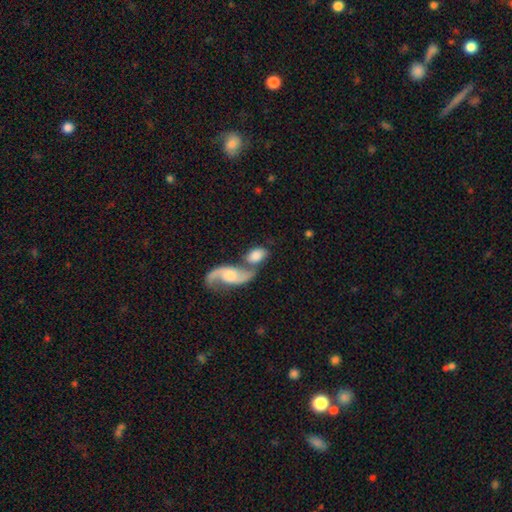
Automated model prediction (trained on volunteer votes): Overall: smooth (54%; featured or disk 40%). How rounded: in between (85%). Merging: merger (57%; none 26%).